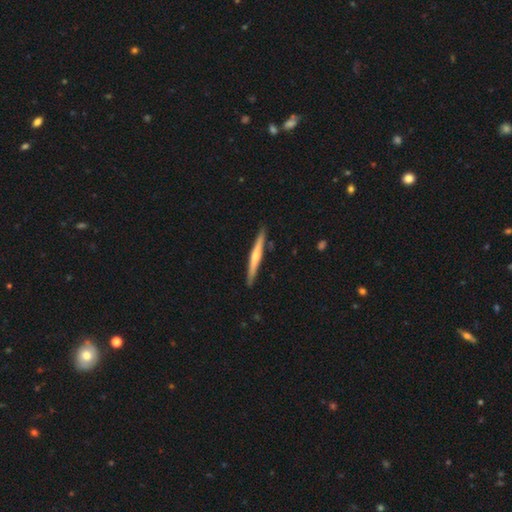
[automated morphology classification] type=featured or disk (57%); edge-on=yes (98%); edge-on bulge=rounded (60%); merging=none (90%).